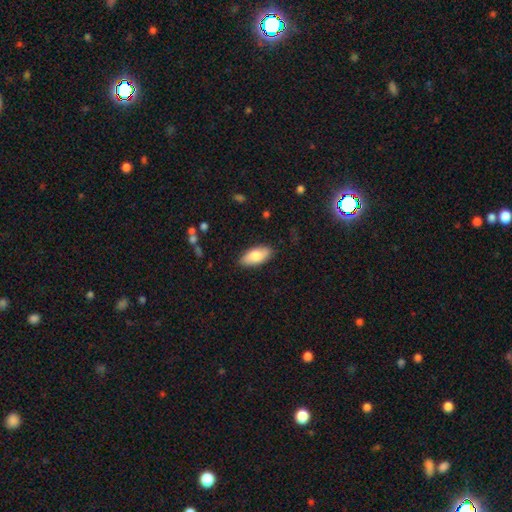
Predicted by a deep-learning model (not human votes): A smooth galaxy with no disk features (81%) that is in between round and cigar-shaped (91%). Merging: none (86%).